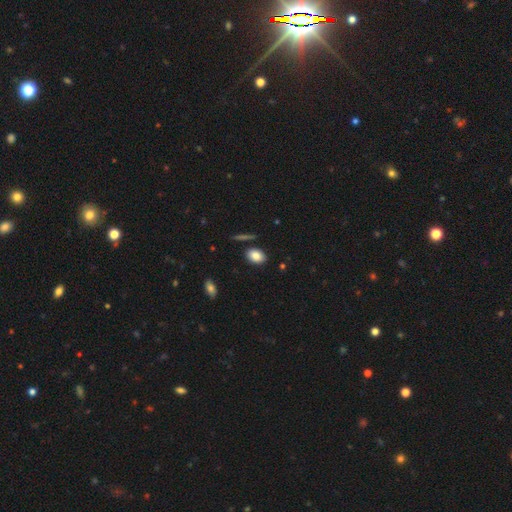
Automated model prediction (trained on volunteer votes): smooth-or-featured: smooth: 84% | star or artifact: 8% | featured or disk: 8%
  how-rounded: in between: 82% | round: 16% | cigar-shaped: 2%
  merging: none: 84% | minor disturbance: 10% | merger: 3% | major disturbance: 3%